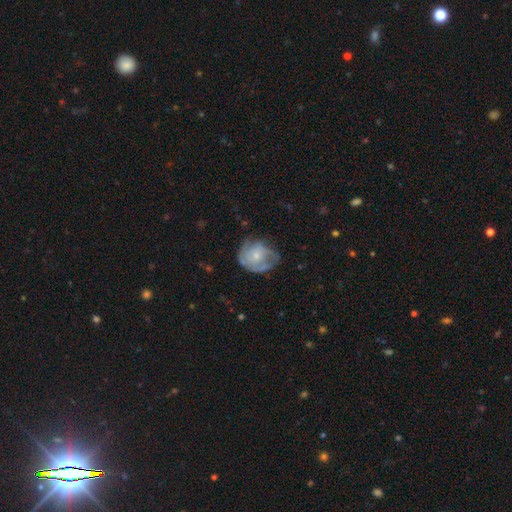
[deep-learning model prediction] Smooth or featured: featured or disk — 58% (smooth — 35%)
Edge-on disk: no — 97% (yes — 3%)
Bar: no — 79% (weak — 18%)
Spiral arms: yes — 66% (no — 34%)
Bulge size: small — 62% (moderate — 30%)
Merging: none — 48% (minor disturbance — 29%)